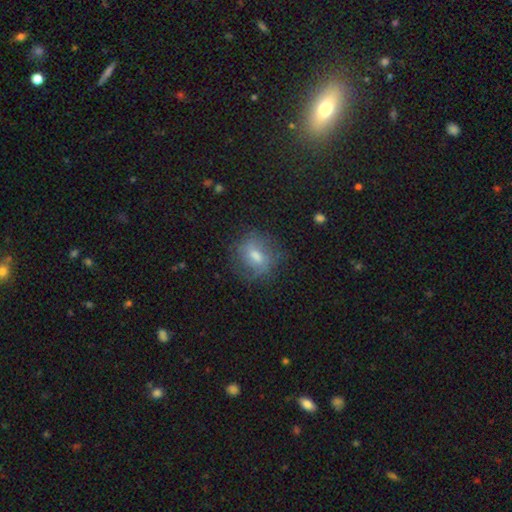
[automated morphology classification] type=smooth (47%); merging=none (70%).